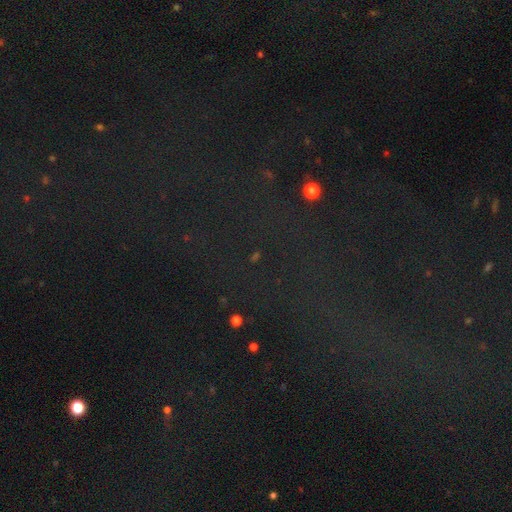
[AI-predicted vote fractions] Morphology: type=star or artifact (81%).